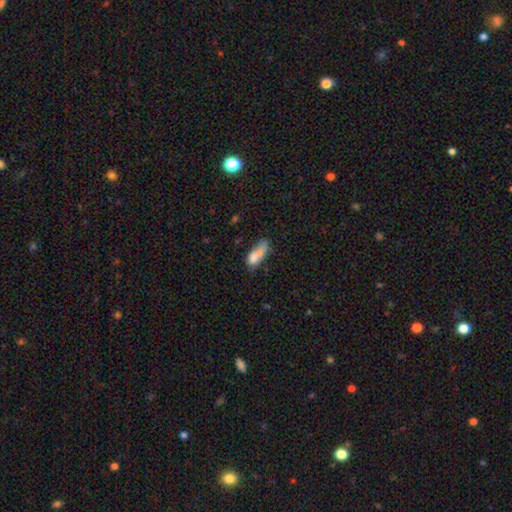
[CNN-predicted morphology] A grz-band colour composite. It shows a smooth galaxy with no disk features (74%) that is in between round and cigar-shaped (71%). Merging: none (29%).